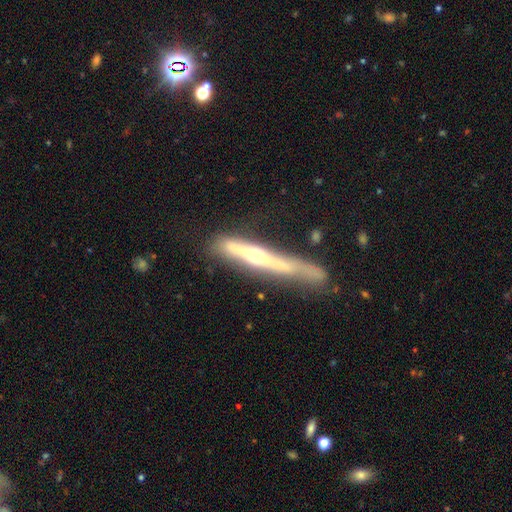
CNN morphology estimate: This appears to be a featured or disk galaxy (72%) viewed edge-on (90%) with a rounded central bulge (77%). Merging: none (54%).